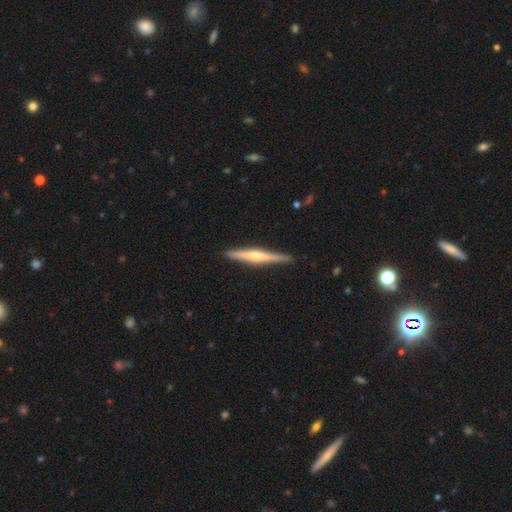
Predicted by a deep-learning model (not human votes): Smooth or featured? Predicted: featured or disk (p=0.66). Edge-on disk? Predicted: yes (p=0.98). Edge-on bulge? Predicted: rounded (p=0.76). Merging? Predicted: none (p=0.88).